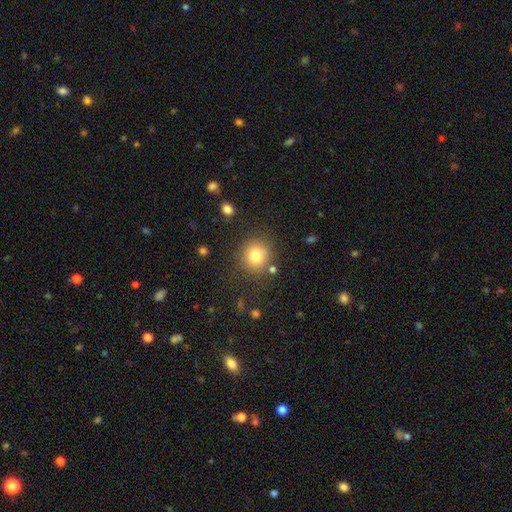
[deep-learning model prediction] Smooth or featured? smooth (80%)
How rounded? round (88%)
Merging? none (81%)